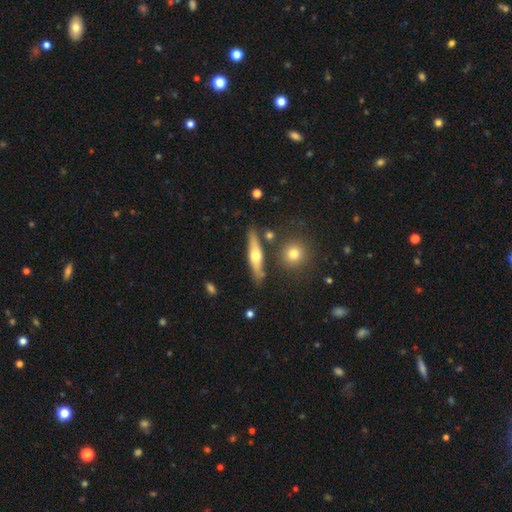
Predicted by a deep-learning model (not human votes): featured or disk 52%, smooth 42%, star or artifact 6%. Down the decision tree: edge-on disk — yes (87%); merging — none (80%).